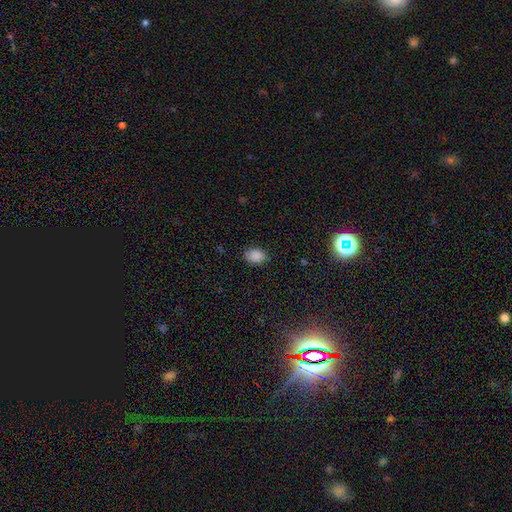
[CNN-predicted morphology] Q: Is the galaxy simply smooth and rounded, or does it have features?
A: smooth — 86%.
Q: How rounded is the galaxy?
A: in between — 69%.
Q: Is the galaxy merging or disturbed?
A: none — 79%.